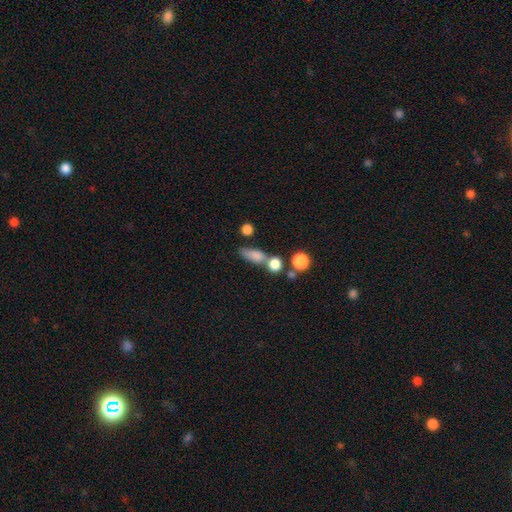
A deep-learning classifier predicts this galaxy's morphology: This appears to be a smooth galaxy with no disk features (79%) that is in between round and cigar-shaped (62%). Merging: none (44%).